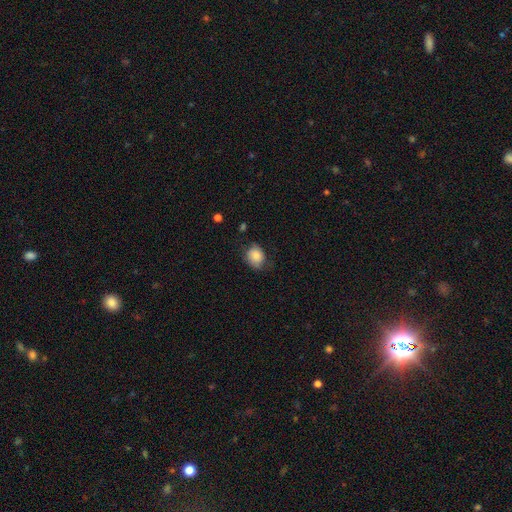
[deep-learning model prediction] smooth-or-featured: smooth: 80% | featured or disk: 11% | star or artifact: 8%
  how-rounded: round: 59% | in between: 40% | cigar-shaped: 1%
  merging: none: 63% | minor disturbance: 28% | major disturbance: 8% | merger: 1%